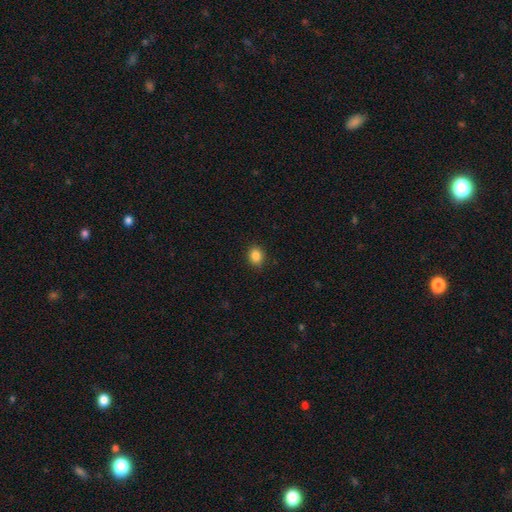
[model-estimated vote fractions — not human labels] smooth-or-featured: smooth: 86% | star or artifact: 10% | featured or disk: 4%
  how-rounded: round: 62% | in between: 38% | cigar-shaped: 1%
  merging: none: 90% | minor disturbance: 7% | major disturbance: 2% | merger: 1%